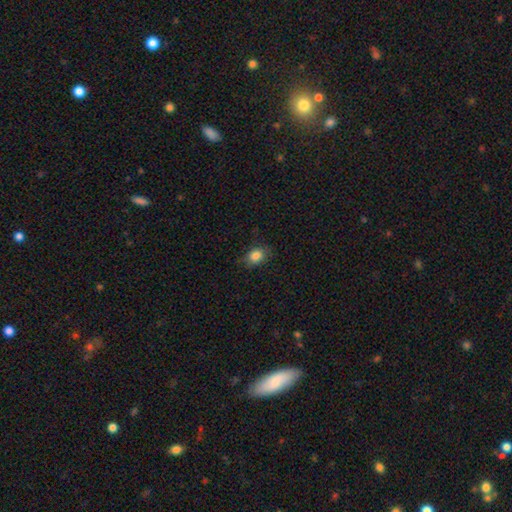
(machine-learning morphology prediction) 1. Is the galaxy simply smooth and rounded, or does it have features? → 85% smooth, 9% star or artifact, 6% featured or disk.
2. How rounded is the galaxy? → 70% in between, 29% round, 2% cigar-shaped.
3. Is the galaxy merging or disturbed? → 80% none, 16% minor disturbance, 4% major disturbance, 1% merger.